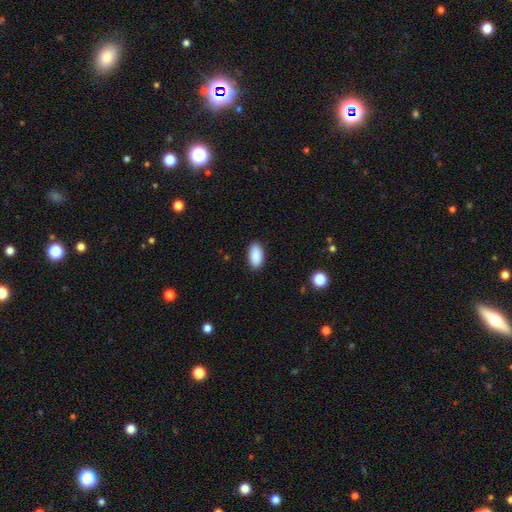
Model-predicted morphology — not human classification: smooth_or_featured: smooth (p=0.90) [alt: star or artifact p=0.07]
how_rounded: in between (p=0.95) [alt: round p=0.03]
merging: none (p=0.89) [alt: minor disturbance p=0.08]